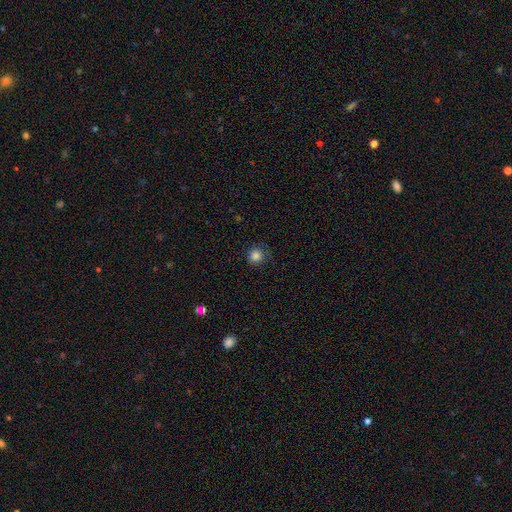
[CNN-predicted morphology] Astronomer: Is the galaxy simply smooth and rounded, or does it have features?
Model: smooth — 83%.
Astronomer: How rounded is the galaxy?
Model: round — 91%.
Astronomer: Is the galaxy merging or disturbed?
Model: none — 80%.